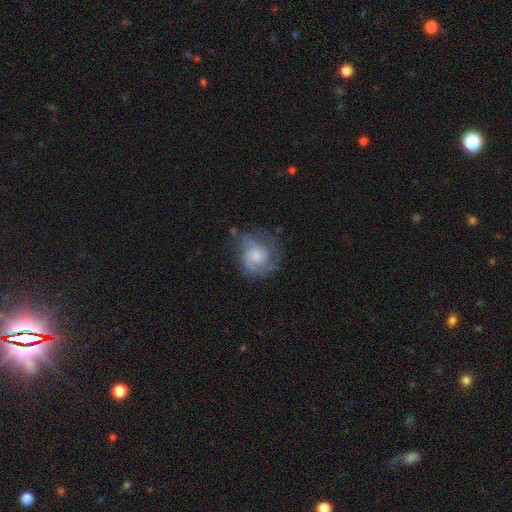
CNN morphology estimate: Q: Smooth or featured?
A: featured or disk (72%); runner-up: smooth (21%)
Q: Edge-on disk?
A: no (98%); runner-up: yes (2%)
Q: Bar?
A: no (68%); runner-up: weak (29%)
Q: Spiral arms?
A: yes (91%); runner-up: no (9%)
Q: Spiral winding?
A: tight (45%); runner-up: medium (42%)
Q: Spiral arm count?
A: 2 (48%); runner-up: can't tell (22%)
Q: Bulge size?
A: moderate (42%); runner-up: small (39%)
Q: Merging?
A: none (58%); runner-up: minor disturbance (24%)